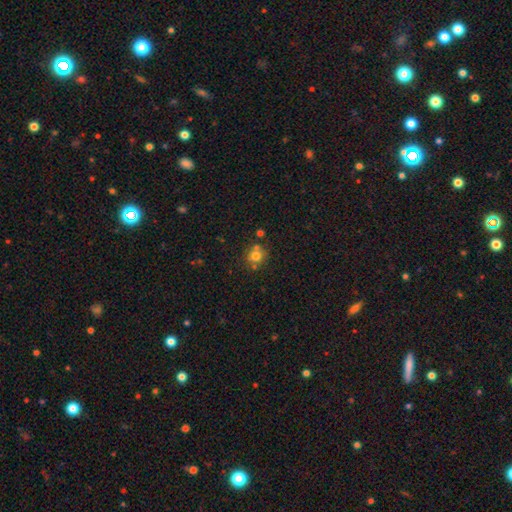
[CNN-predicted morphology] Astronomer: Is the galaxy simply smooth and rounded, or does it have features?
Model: smooth — 73%.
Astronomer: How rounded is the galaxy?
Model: round — 86%.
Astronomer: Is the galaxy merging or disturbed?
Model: none — 64%.